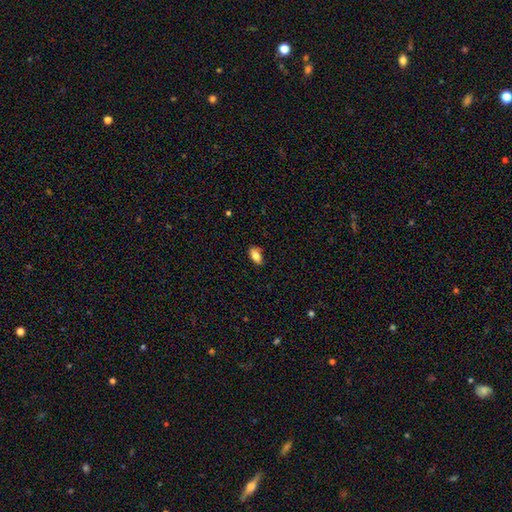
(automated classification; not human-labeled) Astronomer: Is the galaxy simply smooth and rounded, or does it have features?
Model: smooth — 76%.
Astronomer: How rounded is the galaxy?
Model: in between — 89%.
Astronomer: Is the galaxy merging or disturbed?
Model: none — 79%.